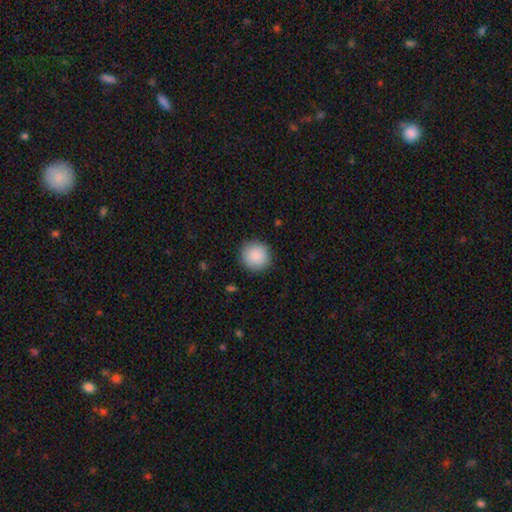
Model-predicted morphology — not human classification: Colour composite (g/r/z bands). It shows a smooth galaxy with no disk features (88%) that is round (93%). Merging: none (90%).